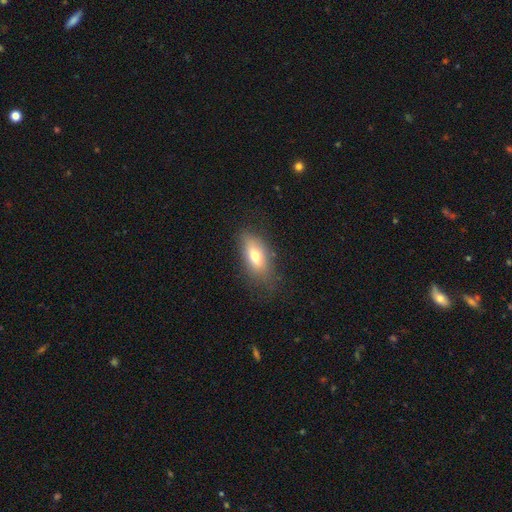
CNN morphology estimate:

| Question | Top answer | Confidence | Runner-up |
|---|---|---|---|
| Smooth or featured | smooth | 70% | featured or disk (21%) |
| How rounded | in between | 84% | cigar-shaped (12%) |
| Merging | none | 71% | minor disturbance (20%) |